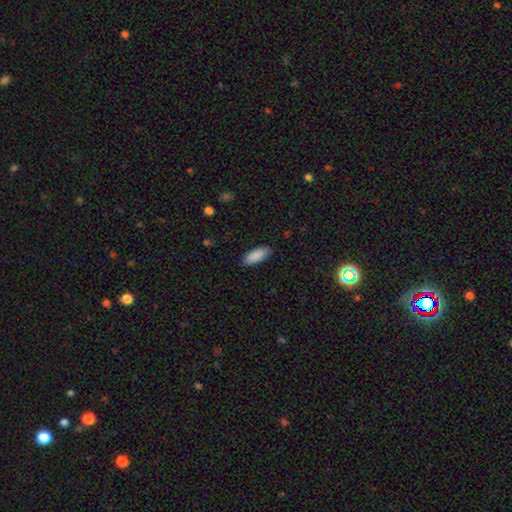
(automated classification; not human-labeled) smooth 90%, star or artifact 6%, featured or disk 5%. Down the decision tree: how rounded — in between (75%); merging — none (88%).